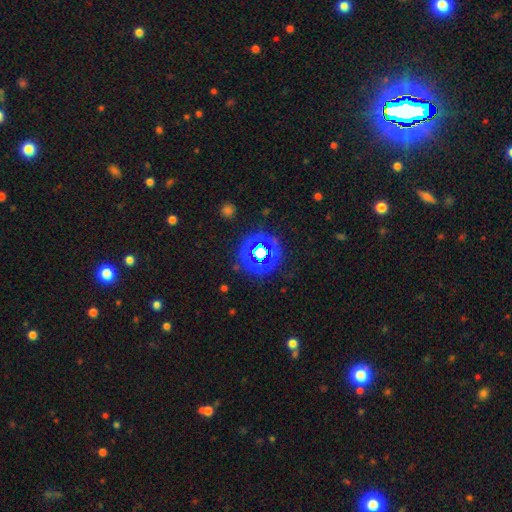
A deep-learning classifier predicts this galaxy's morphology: star or artifact 67%, smooth 22%, featured or disk 12%.